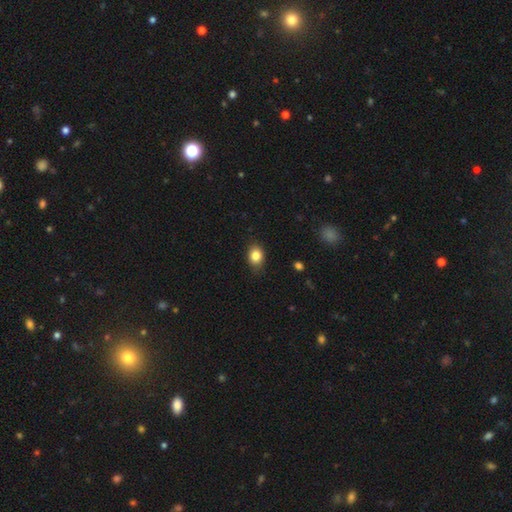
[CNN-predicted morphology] Smooth or featured?
  - smooth: 84% *
  - star or artifact: 9%
  - featured or disk: 7%
How rounded?
  - in between: 61% *
  - round: 37%
  - cigar-shaped: 1%
Merging?
  - none: 81% *
  - minor disturbance: 15%
  - major disturbance: 3%
  - merger: 1%